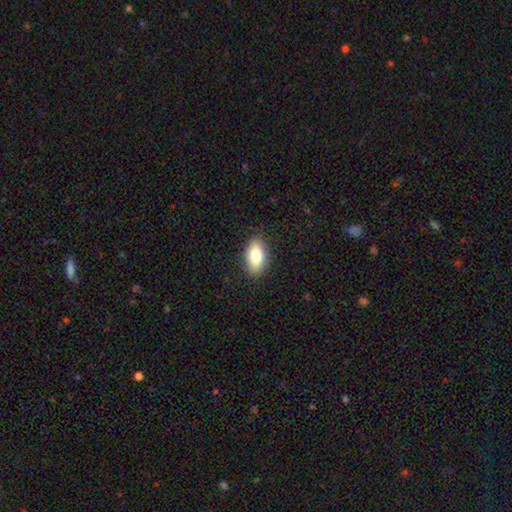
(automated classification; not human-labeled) Smooth or featured? Predicted: smooth (p=0.79). How rounded? Predicted: in between (p=0.90). Merging? Predicted: none (p=0.86).